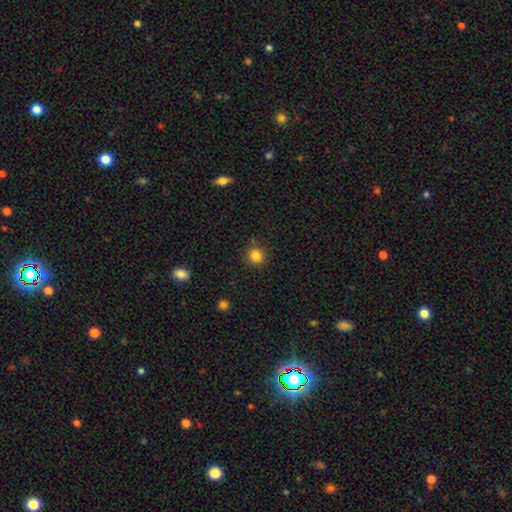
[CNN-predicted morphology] smooth_or_featured: smooth (p=0.84) [alt: star or artifact p=0.12]
how_rounded: round (p=0.90) [alt: in between p=0.09]
merging: none (p=0.85) [alt: minor disturbance p=0.09]